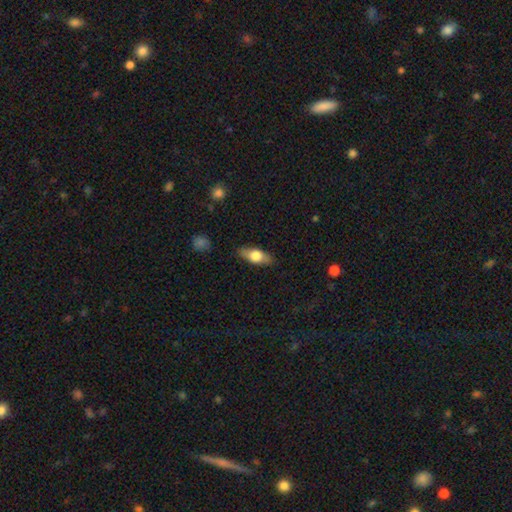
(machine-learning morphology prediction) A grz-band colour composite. It shows a smooth galaxy with no disk features (63%) that is in between round and cigar-shaped (75%). Merging: none (84%).